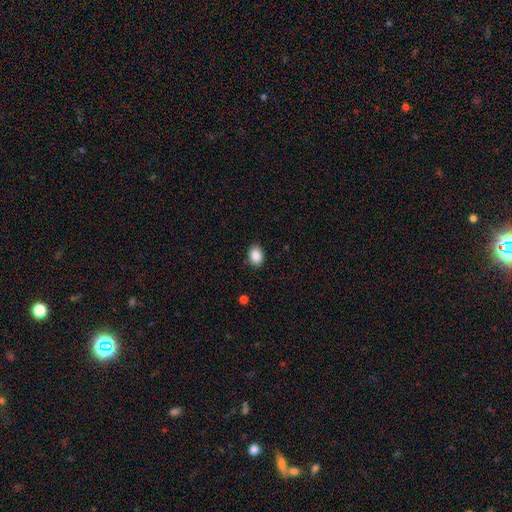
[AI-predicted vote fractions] smooth 88%, star or artifact 8%, featured or disk 4%. Down the decision tree: how rounded — in between (71%); merging — none (87%).